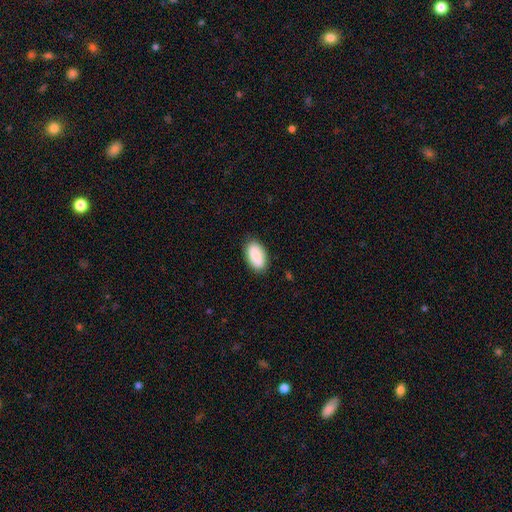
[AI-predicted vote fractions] Smooth or featured? smooth (89%)
How rounded? in between (94%)
Merging? none (85%)